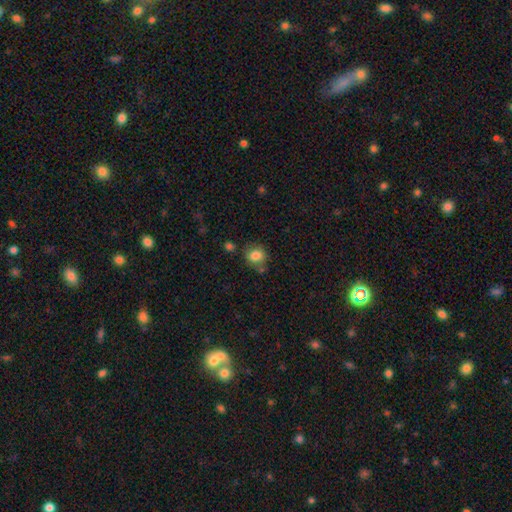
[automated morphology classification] Smooth or featured?
  - smooth: 82% *
  - star or artifact: 10%
  - featured or disk: 8%
How rounded?
  - round: 71% *
  - in between: 28%
  - cigar-shaped: 1%
Merging?
  - none: 70% *
  - minor disturbance: 17%
  - merger: 9%
  - major disturbance: 5%